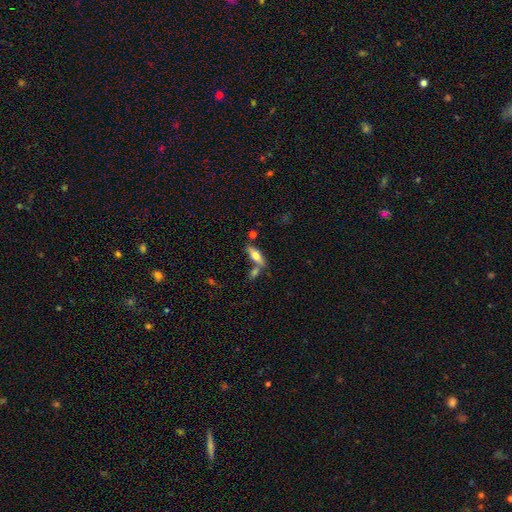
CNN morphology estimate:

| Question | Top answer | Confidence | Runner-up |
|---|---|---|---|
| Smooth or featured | smooth | 58% | featured or disk (35%) |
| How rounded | in between | 58% | cigar-shaped (39%) |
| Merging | none | 58% | merger (25%) |